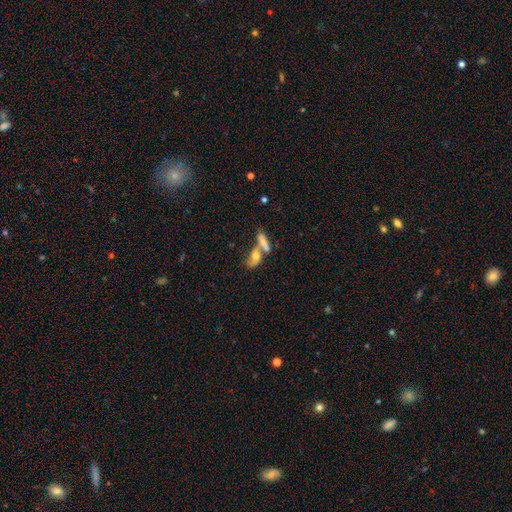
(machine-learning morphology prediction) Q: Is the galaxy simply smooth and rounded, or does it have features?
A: smooth — 52%.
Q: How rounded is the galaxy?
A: in between — 57%.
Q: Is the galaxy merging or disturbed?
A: merger — 52%.